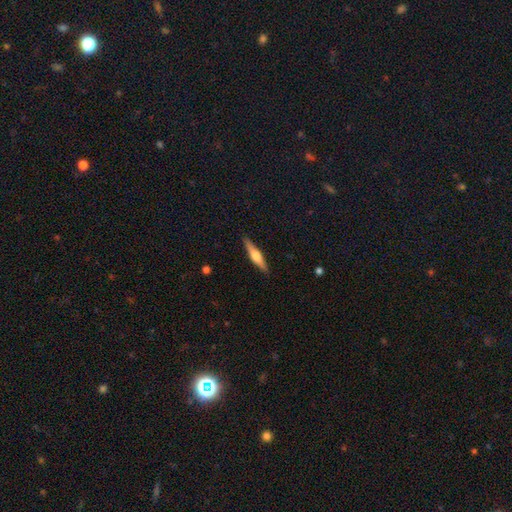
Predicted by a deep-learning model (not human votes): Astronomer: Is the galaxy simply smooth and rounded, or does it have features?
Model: featured or disk — 60%.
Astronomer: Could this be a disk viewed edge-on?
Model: yes — 97%.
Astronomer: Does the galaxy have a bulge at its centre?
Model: rounded — 90%.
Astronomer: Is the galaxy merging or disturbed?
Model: none — 91%.